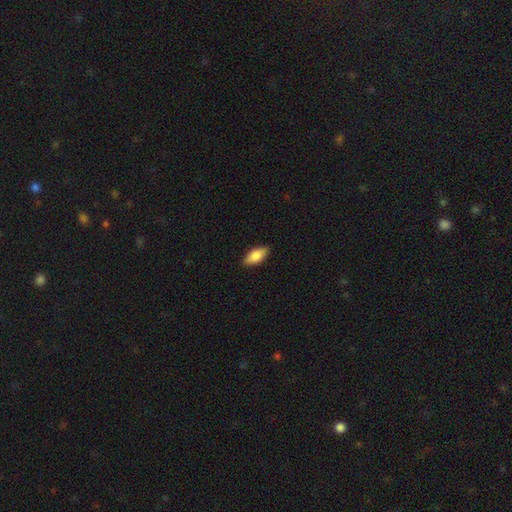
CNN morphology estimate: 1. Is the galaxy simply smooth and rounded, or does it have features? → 81% smooth, 13% featured or disk, 6% star or artifact.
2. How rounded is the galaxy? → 86% in between, 12% cigar-shaped, 2% round.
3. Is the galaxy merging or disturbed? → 88% none, 10% minor disturbance, 2% major disturbance, 1% merger.